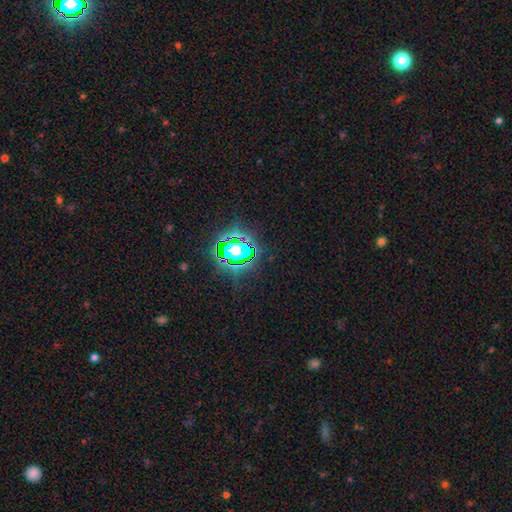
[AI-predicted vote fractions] This appears to be a star or artifact, not a galaxy (82%).